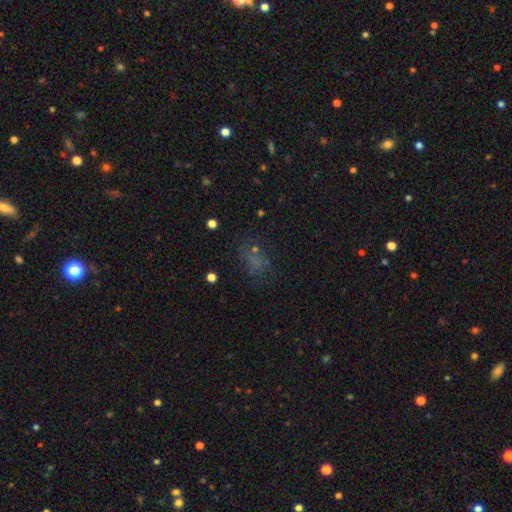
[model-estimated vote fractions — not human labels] A smooth galaxy with no disk features (49%). Merging: none (65%).